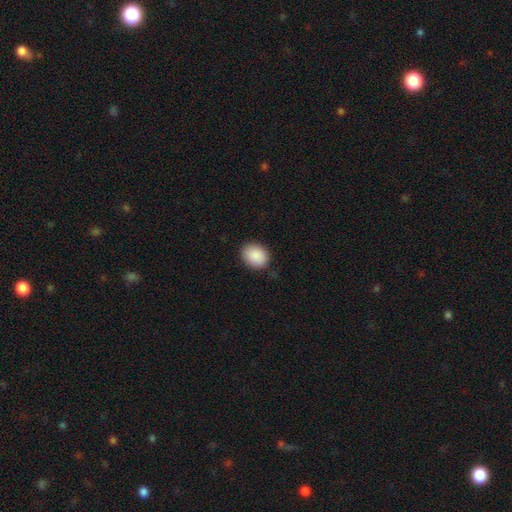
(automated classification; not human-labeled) Smooth or featured? smooth (90%)
How rounded? in between (51%)
Merging? none (86%)